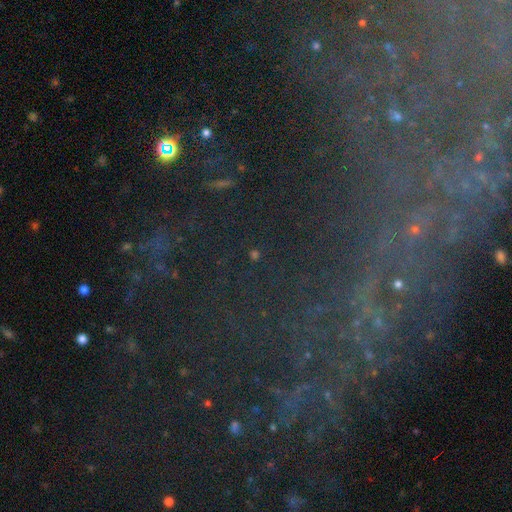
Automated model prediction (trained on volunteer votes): This is likely a star or artifact rather than a galaxy (71%).